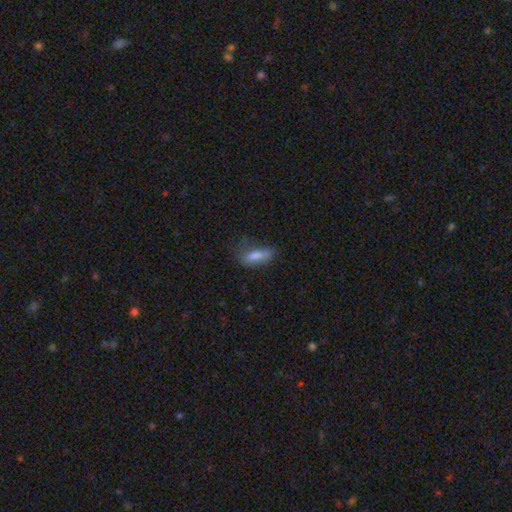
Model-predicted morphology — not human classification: smooth-or-featured: smooth: 71% | featured or disk: 19% | star or artifact: 11%
  how-rounded: in between: 67% | cigar-shaped: 30% | round: 3%
  merging: none: 49% | minor disturbance: 30% | major disturbance: 19% | merger: 3%